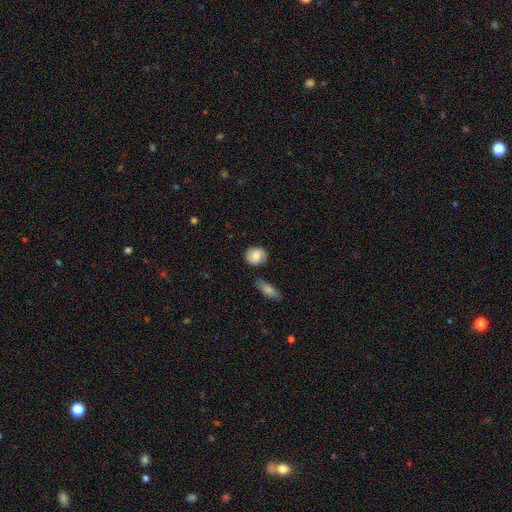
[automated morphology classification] A smooth galaxy with no disk features (65%) that is round (61%).

Vote fractions:
- Smooth or featured? smooth: 65% / featured or disk: 28% / star or artifact: 7%
- How rounded? round: 61% / in between: 37% / cigar-shaped: 2%
- Merging? none: 74% / minor disturbance: 17% / merger: 5% / major disturbance: 4%